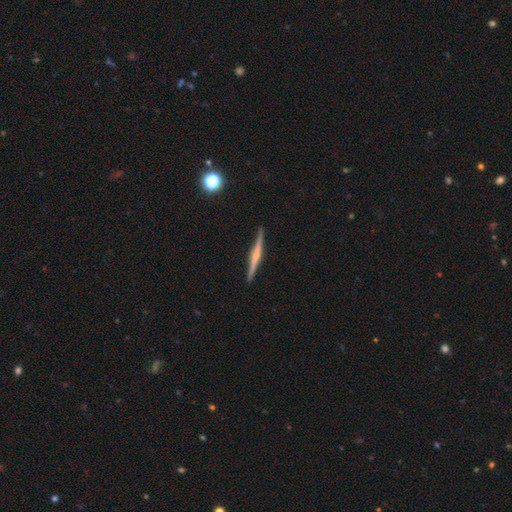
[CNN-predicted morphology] type=featured or disk (73%); edge-on=yes (98%); edge-on bulge=rounded (59%); merging=none (91%).